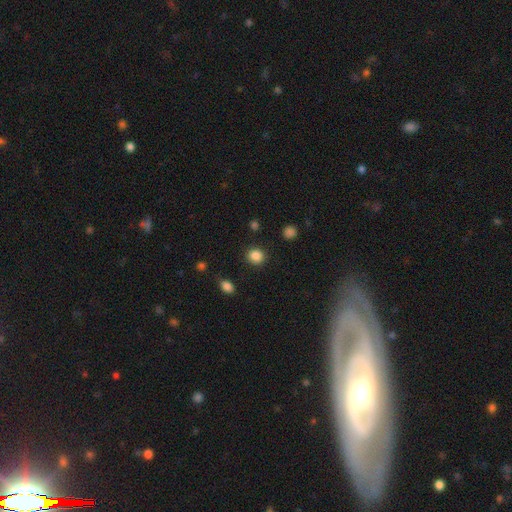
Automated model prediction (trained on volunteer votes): This appears to be a smooth galaxy with no disk features (86%) that is round (84%). Merging: none (90%).